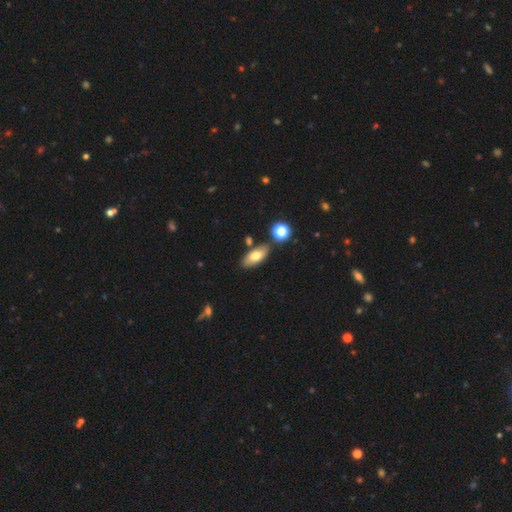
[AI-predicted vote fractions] This is likely a smooth galaxy (71%). How rounded: clearly in between (85%). Merging: likely none (77%).